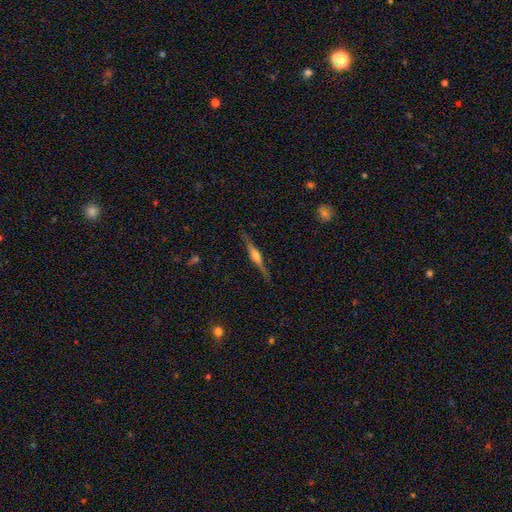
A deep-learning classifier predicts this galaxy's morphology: This appears to be a featured or disk galaxy (78%) viewed edge-on (98%) with a rounded central bulge (85%). Merging: none (88%).